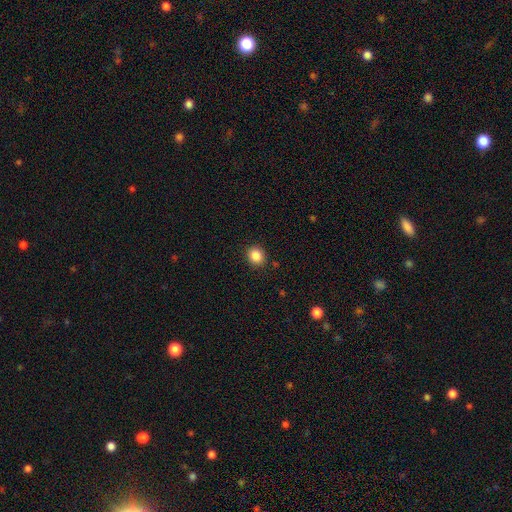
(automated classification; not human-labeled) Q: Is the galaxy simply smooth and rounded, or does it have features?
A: smooth — 86%.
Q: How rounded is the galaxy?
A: round — 81%.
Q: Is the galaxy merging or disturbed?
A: none — 90%.